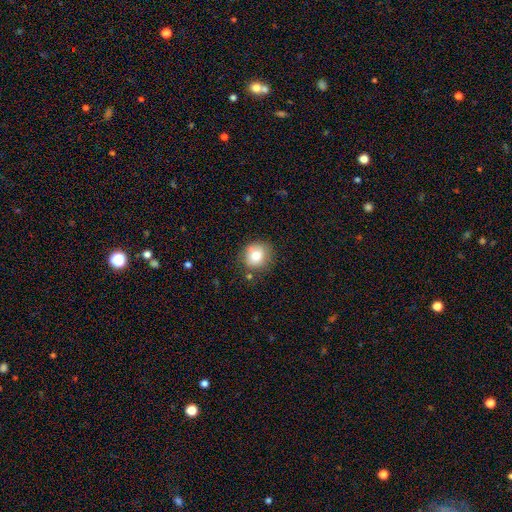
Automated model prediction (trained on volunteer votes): Smooth or featured? smooth (77%)
How rounded? round (80%)
Merging? none (73%)